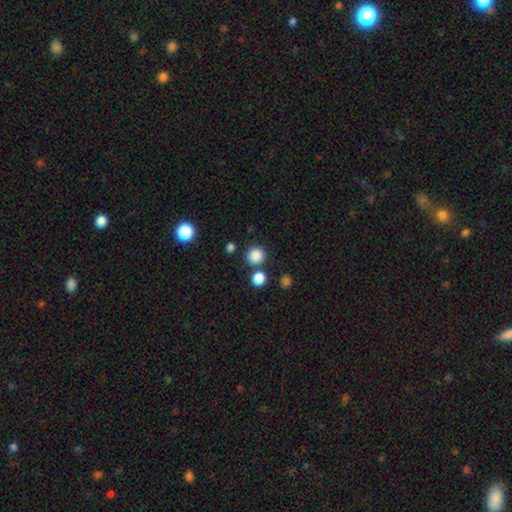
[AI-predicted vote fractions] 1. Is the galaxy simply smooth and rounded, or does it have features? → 85% smooth, 11% star or artifact, 3% featured or disk.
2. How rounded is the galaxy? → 92% round, 7% in between, 1% cigar-shaped.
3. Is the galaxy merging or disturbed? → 80% none, 9% merger, 8% minor disturbance, 3% major disturbance.